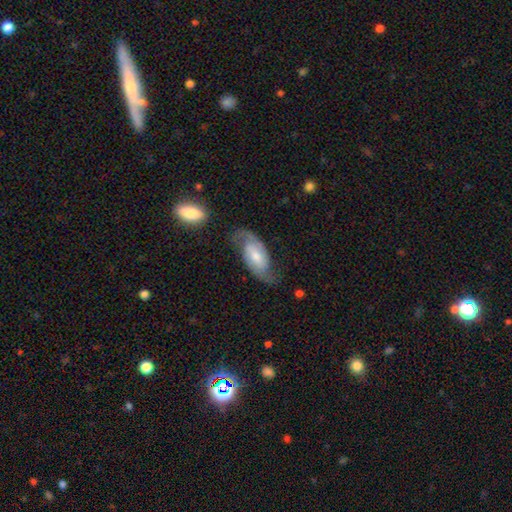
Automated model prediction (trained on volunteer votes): This appears to be a featured or disk galaxy (77%) with a weak bar (47%), 2 (90%) medium (46%) spiral arms (95%) and a moderate central bulge (51%). Merging: none (69%).